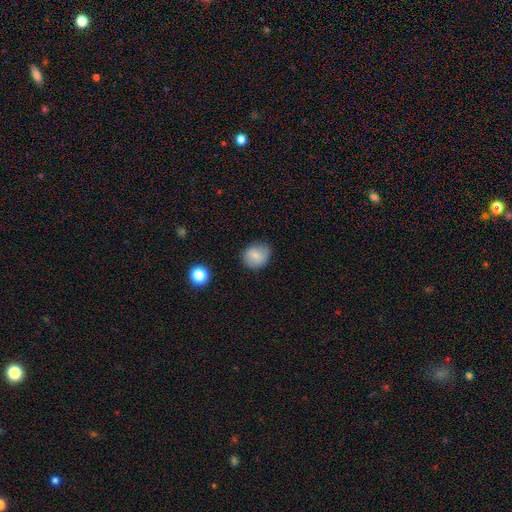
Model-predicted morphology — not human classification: Smooth or featured?
  - smooth: 81% *
  - featured or disk: 10%
  - star or artifact: 9%
How rounded?
  - round: 72% *
  - in between: 27%
  - cigar-shaped: 1%
Merging?
  - none: 72% *
  - minor disturbance: 22%
  - major disturbance: 5%
  - merger: 1%